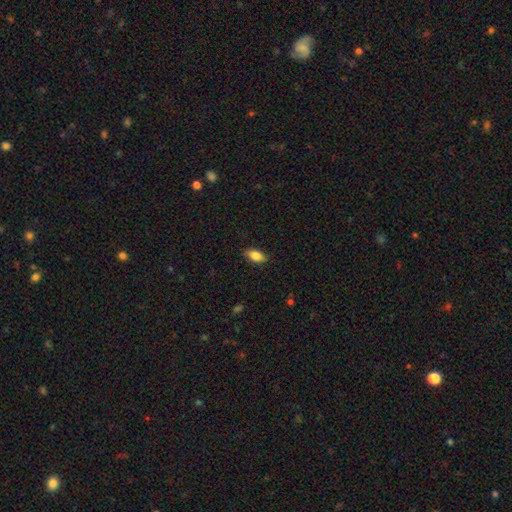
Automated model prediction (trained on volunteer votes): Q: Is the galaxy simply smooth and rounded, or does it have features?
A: smooth — 82%.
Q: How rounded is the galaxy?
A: in between — 88%.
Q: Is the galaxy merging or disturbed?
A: none — 84%.